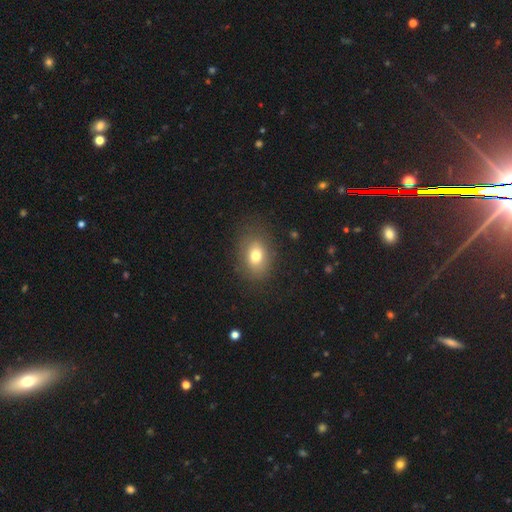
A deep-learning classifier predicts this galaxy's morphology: Q: Smooth or featured?
A: smooth (75%); runner-up: featured or disk (14%)
Q: How rounded?
A: in between (69%); runner-up: round (30%)
Q: Merging?
A: none (80%); runner-up: minor disturbance (13%)